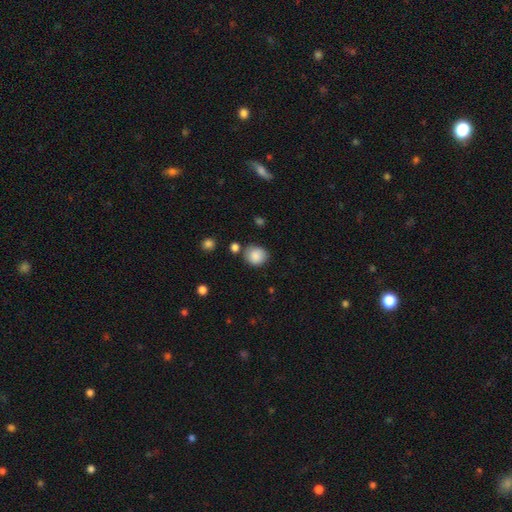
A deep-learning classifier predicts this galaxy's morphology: This appears to be a smooth galaxy with no disk features (86%) that is round (78%). Merging: none (72%).